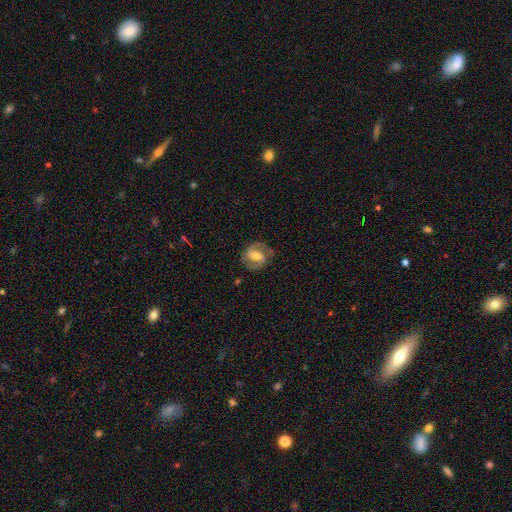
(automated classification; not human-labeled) smooth-or-featured: featured or disk: 75% | smooth: 19% | star or artifact: 6%
  disk-edge-on: no: 97% | yes: 3%
    bar: weak: 42% | strong: 40% | no: 18%
    has-spiral-arms: yes: 91% | no: 9%
      spiral-winding: medium: 52% | tight: 33% | loose: 15%
      spiral-arm-count: 2: 89% | can't tell: 5% | 1: 3% | 3: 1% | 4: 1% | more than 4: 1%
    bulge-size: moderate: 55% | small: 27% | large: 12% | none: 4% | dominant: 2%
  merging: none: 78% | minor disturbance: 14% | major disturbance: 6% | merger: 1%